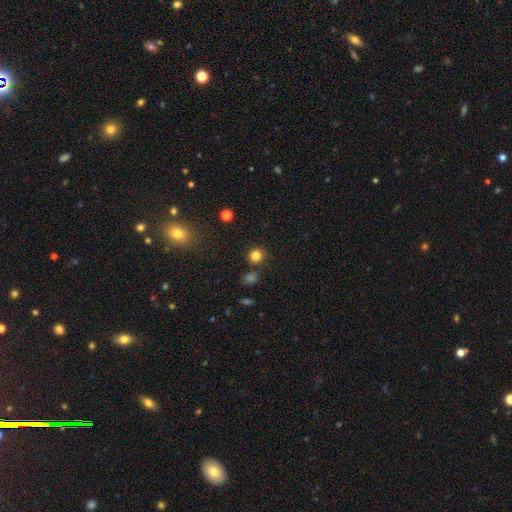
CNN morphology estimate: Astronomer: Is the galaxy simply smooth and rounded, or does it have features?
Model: smooth — 81%.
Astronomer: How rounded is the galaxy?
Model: round — 90%.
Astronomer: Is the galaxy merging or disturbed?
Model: none — 84%.